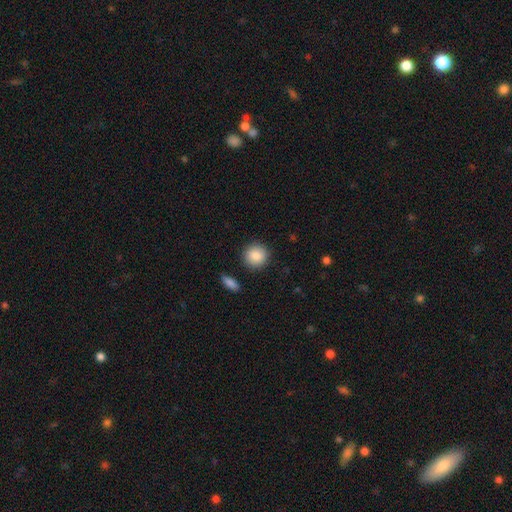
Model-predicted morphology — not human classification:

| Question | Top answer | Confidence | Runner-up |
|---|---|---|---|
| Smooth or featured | smooth | 87% | star or artifact (7%) |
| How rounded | round | 90% | in between (8%) |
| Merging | none | 89% | minor disturbance (7%) |